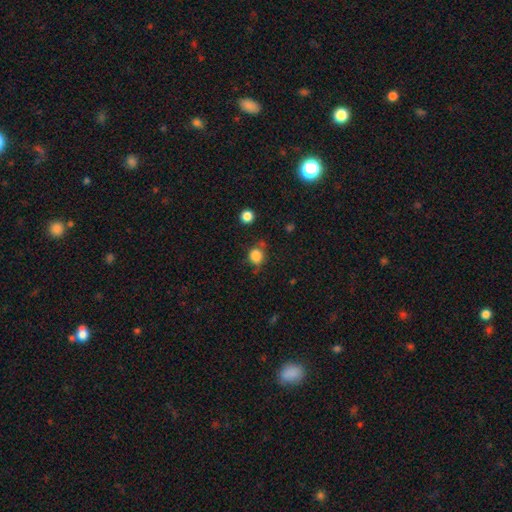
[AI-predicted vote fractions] Morphology: type=smooth (83%); roundness=round (73%); merging=none (65%).